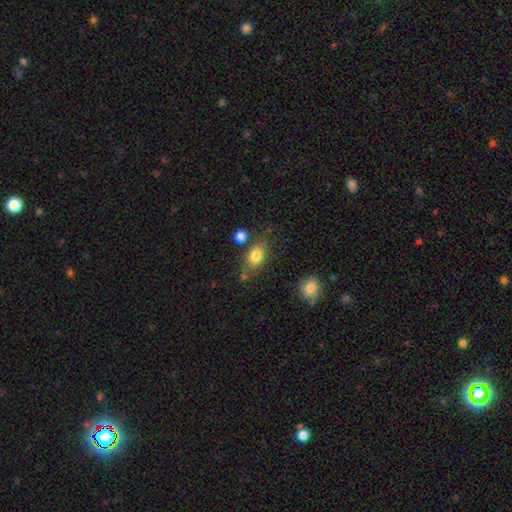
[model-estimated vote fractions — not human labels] Q: Smooth or featured?
A: smooth (82%); runner-up: featured or disk (9%)
Q: How rounded?
A: in between (73%); runner-up: round (24%)
Q: Merging?
A: none (68%); runner-up: minor disturbance (17%)